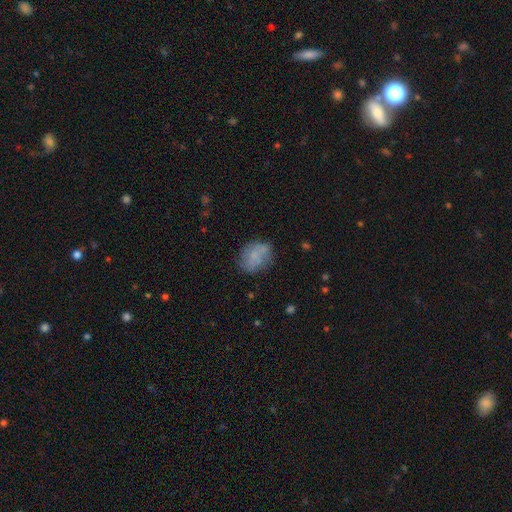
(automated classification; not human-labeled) smooth_or_featured: smooth (p=0.66) [alt: featured or disk p=0.25]
how_rounded: in between (p=0.64) [alt: round p=0.34]
merging: none (p=0.59) [alt: minor disturbance p=0.26]